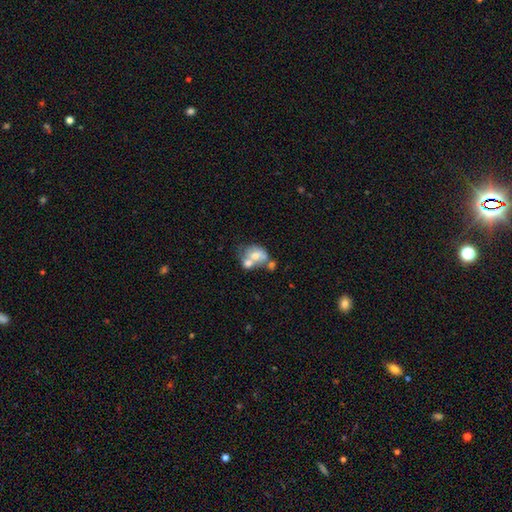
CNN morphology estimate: Smooth or featured: smooth — 56% (featured or disk — 35%)
How rounded: in between — 63% (round — 36%)
Merging: merger — 61% (none — 18%)